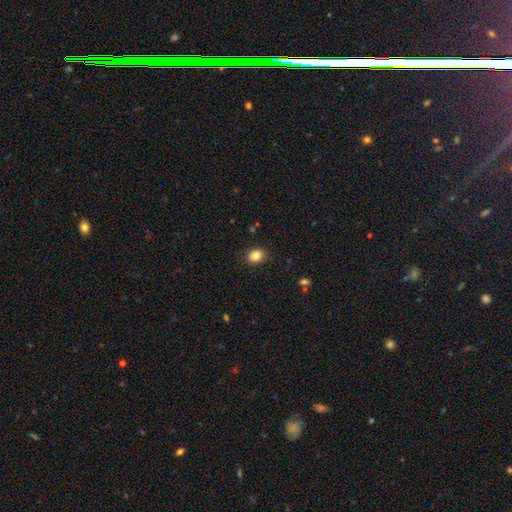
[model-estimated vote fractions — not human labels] smooth_or_featured: smooth (p=0.86) [alt: star or artifact p=0.09]
how_rounded: in between (p=0.55) [alt: round p=0.44]
merging: none (p=0.88) [alt: minor disturbance p=0.09]